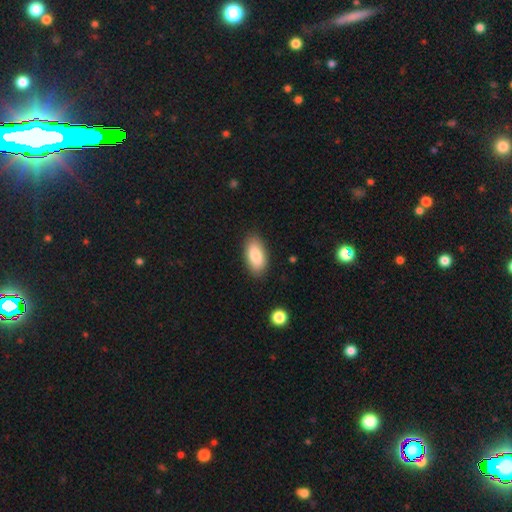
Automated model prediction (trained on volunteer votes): smooth_or_featured: smooth (p=0.85) [alt: featured or disk p=0.09]
how_rounded: in between (p=0.93) [alt: cigar-shaped p=0.04]
merging: none (p=0.86) [alt: minor disturbance p=0.11]